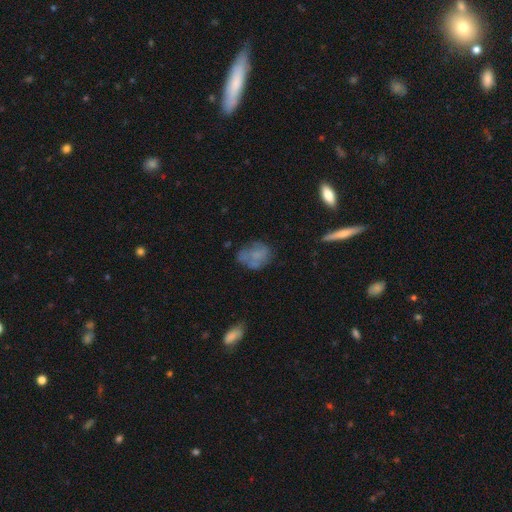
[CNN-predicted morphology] Smooth or featured?
  - smooth: 53% *
  - featured or disk: 36%
  - star or artifact: 11%
How rounded?
  - in between: 59% *
  - round: 39%
  - cigar-shaped: 2%
Merging?
  - none: 50% *
  - minor disturbance: 26%
  - major disturbance: 17%
  - merger: 8%